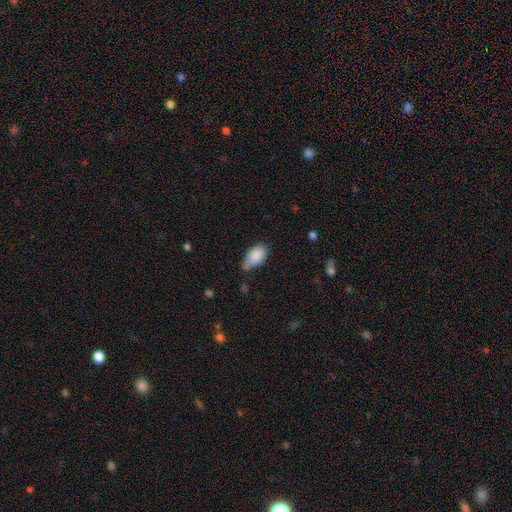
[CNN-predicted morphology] Smooth or featured: smooth — 86% (star or artifact — 7%)
How rounded: in between — 92% (round — 6%)
Merging: none — 45% (minor disturbance — 40%)